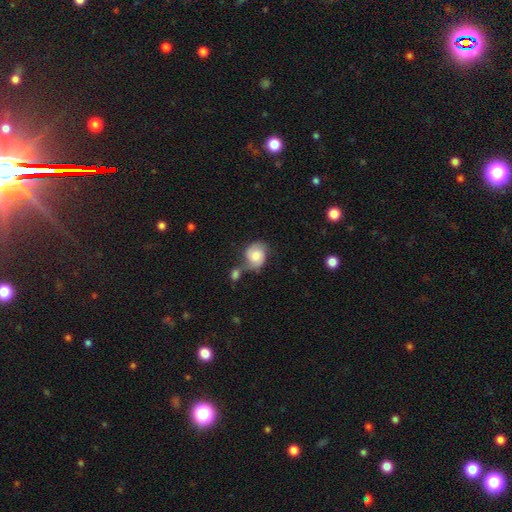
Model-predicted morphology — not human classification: This is possibly a smooth galaxy (51%). How rounded: likely round (61%). Merging: marginally none (36%).